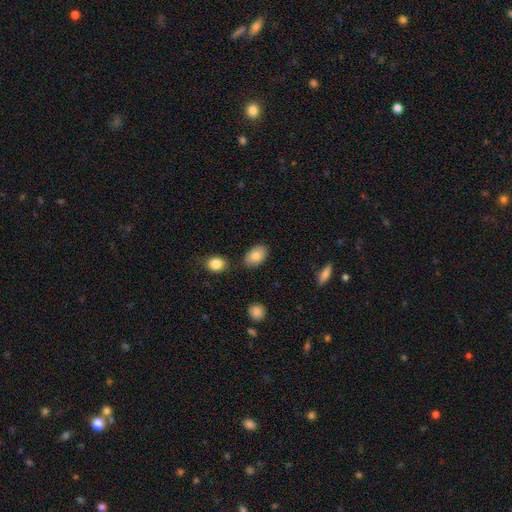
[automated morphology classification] smooth 81%, featured or disk 12%, star or artifact 7%. Down the decision tree: how rounded — in between (89%); merging — none (81%).